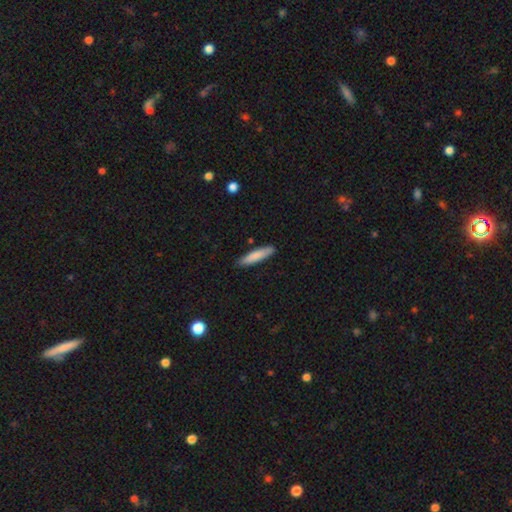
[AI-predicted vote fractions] Overall: smooth (83%). How rounded: cigar-shaped (85%). Merging: none (88%).